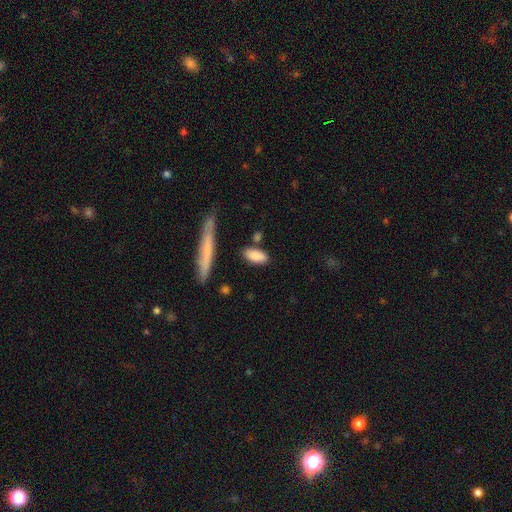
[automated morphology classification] Overall: smooth (85%). How rounded: in between (77%). Merging: none (75%).